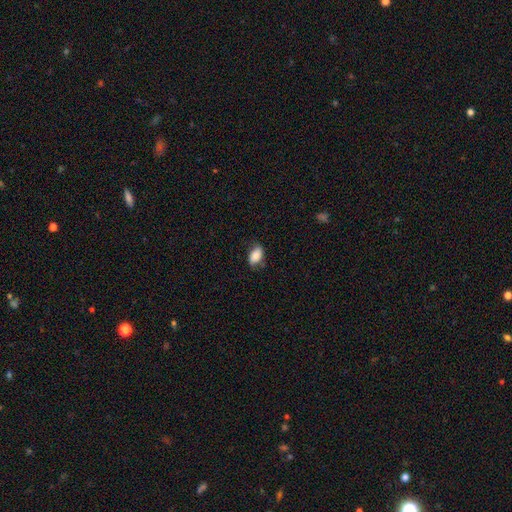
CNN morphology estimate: Smooth or featured?
  - smooth: 83% *
  - featured or disk: 10%
  - star or artifact: 7%
How rounded?
  - in between: 90% *
  - round: 8%
  - cigar-shaped: 2%
Merging?
  - none: 69% *
  - minor disturbance: 24%
  - major disturbance: 6%
  - merger: 1%